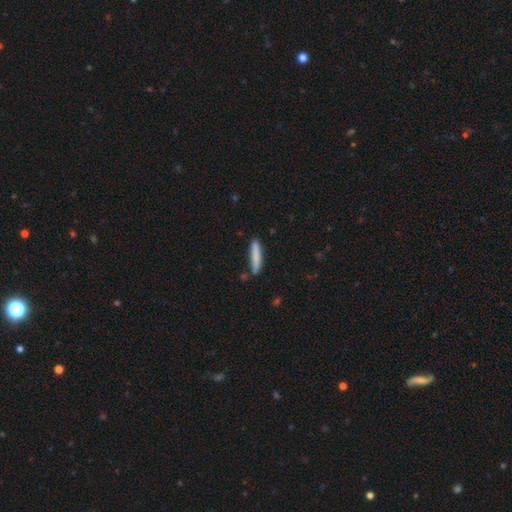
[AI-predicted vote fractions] smooth-or-featured: smooth: 81% | featured or disk: 13% | star or artifact: 6%
  how-rounded: cigar-shaped: 91% | in between: 8% | round: 1%
  merging: none: 81% | minor disturbance: 13% | merger: 4% | major disturbance: 2%